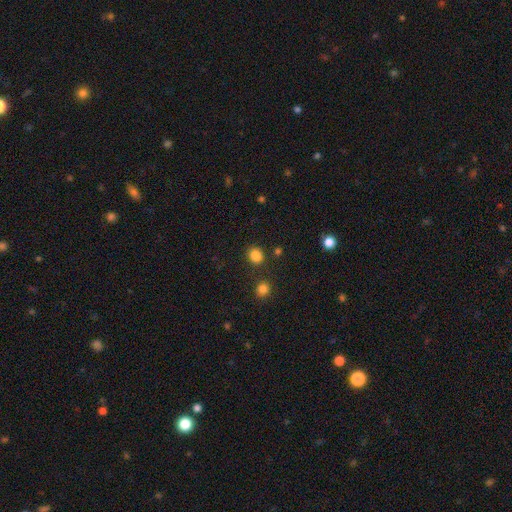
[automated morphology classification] Overall: smooth (83%). How rounded: round (68%; in between 31%). Merging: none (81%).